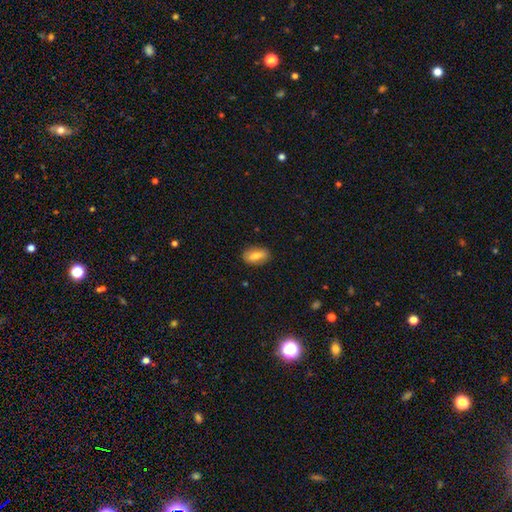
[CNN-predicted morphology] Overall: smooth (76%). How rounded: in between (87%). Merging: none (85%).